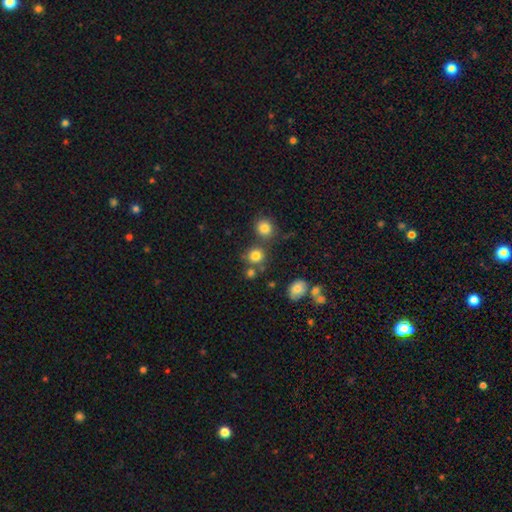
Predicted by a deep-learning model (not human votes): This appears to be a smooth galaxy with no disk features (80%) that is round (86%). Merging: none (67%).